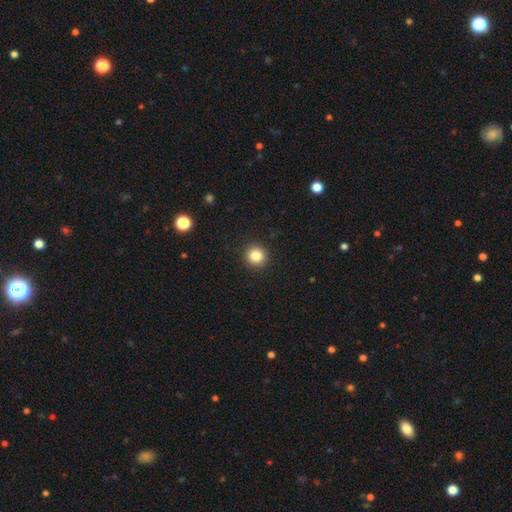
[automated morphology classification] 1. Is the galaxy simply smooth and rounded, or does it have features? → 84% smooth, 10% star or artifact, 5% featured or disk.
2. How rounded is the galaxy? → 94% round, 5% in between, 1% cigar-shaped.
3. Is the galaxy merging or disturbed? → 93% none, 4% minor disturbance, 2% major disturbance, 1% merger.